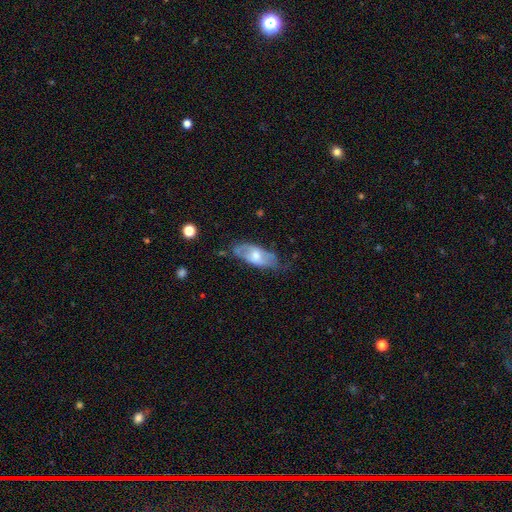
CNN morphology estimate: Smooth or featured? Predicted: featured or disk (p=0.50). Edge-on disk? Predicted: no (p=0.81). Merging? Predicted: none (p=0.55).